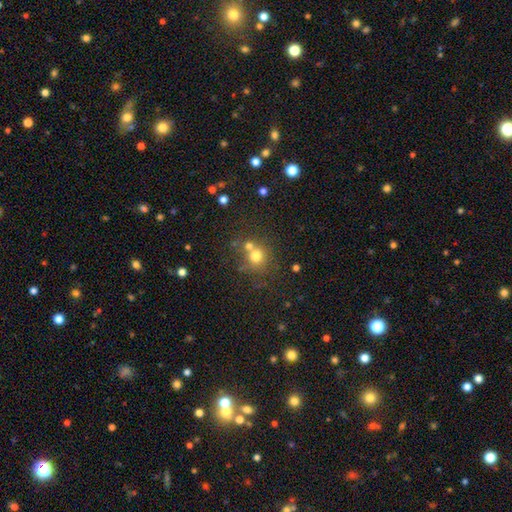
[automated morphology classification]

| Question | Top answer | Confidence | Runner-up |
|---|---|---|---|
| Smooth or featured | smooth | 72% | star or artifact (17%) |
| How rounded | round | 86% | in between (13%) |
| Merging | none | 54% | merger (32%) |